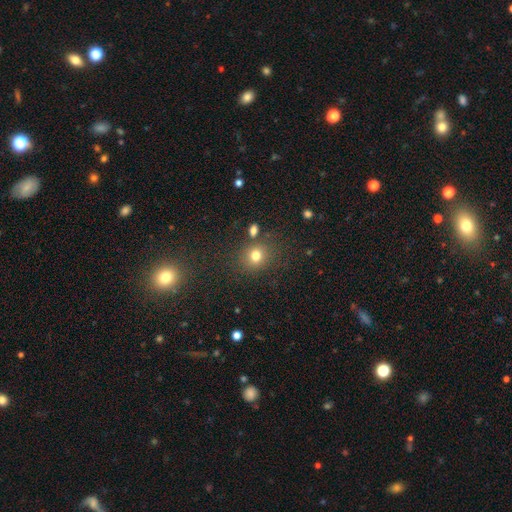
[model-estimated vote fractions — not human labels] smooth-or-featured: smooth: 76% | star or artifact: 16% | featured or disk: 8%
  how-rounded: round: 77% | in between: 22% | cigar-shaped: 1%
  merging: none: 76% | minor disturbance: 11% | merger: 8% | major disturbance: 5%